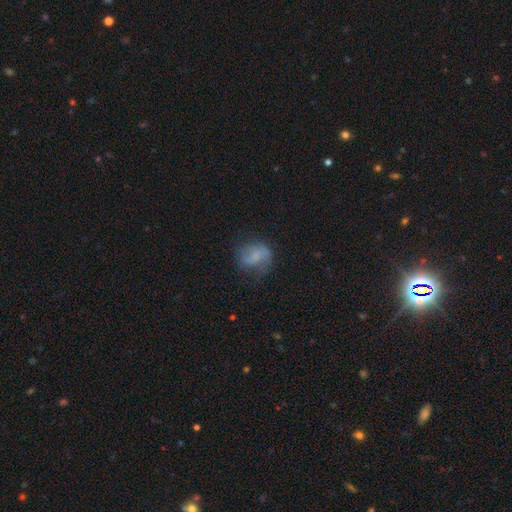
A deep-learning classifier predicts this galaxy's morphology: Smooth or featured? smooth (49%)
Merging? none (55%)